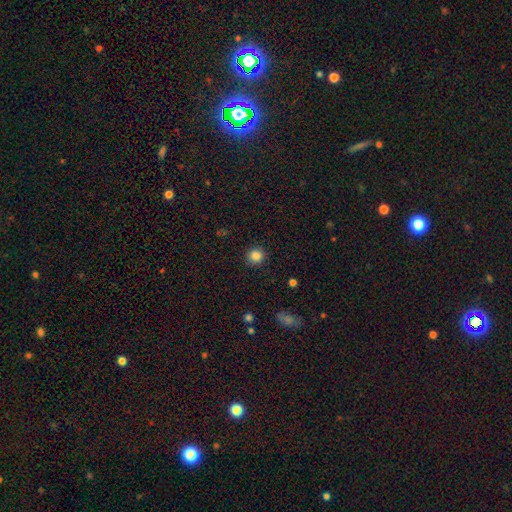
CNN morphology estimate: Overall: smooth (85%). How rounded: round (91%). Merging: none (91%).